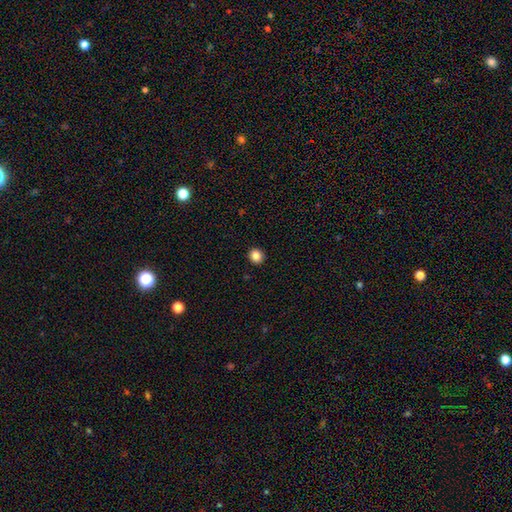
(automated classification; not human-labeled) smooth 86%, star or artifact 10%, featured or disk 4%. Down the decision tree: how rounded — round (84%); merging — none (92%).